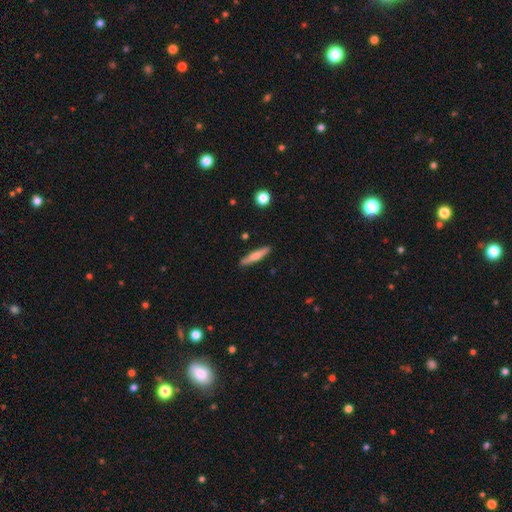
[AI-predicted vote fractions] Smooth or featured? Predicted: smooth (p=0.61). How rounded? Predicted: cigar-shaped (p=0.89). Merging? Predicted: none (p=0.88).